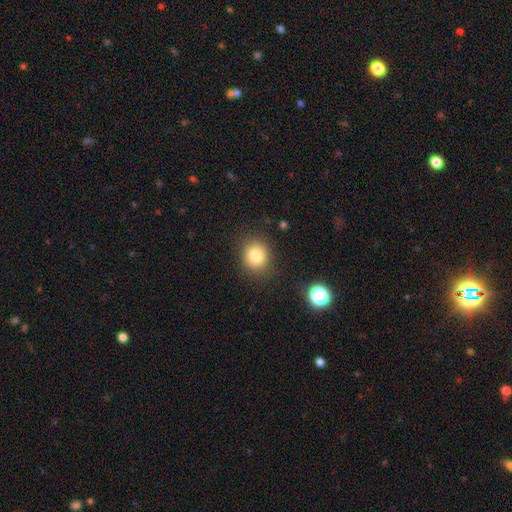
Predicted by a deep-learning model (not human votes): smooth_or_featured: smooth (p=0.80) [alt: star or artifact p=0.12]
how_rounded: round (p=0.84) [alt: in between p=0.16]
merging: none (p=0.86) [alt: minor disturbance p=0.09]